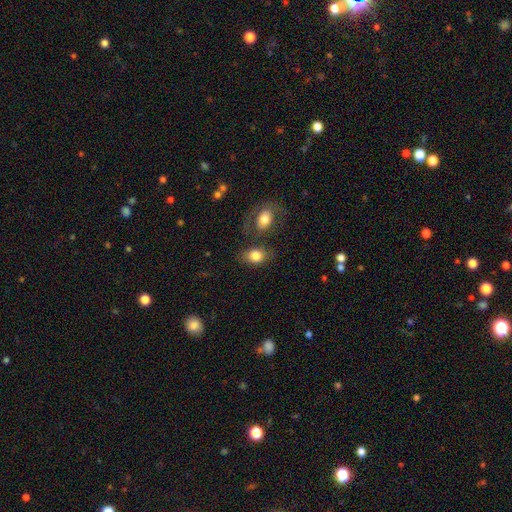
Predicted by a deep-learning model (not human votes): smooth_or_featured: smooth (p=0.81) [alt: featured or disk p=0.10]
how_rounded: in between (p=0.67) [alt: round p=0.31]
merging: none (p=0.64) [alt: merger p=0.16]